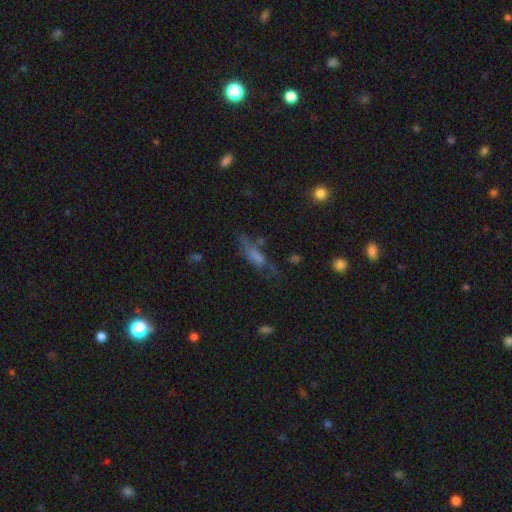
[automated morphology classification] Q: Smooth or featured?
A: smooth (48%); runner-up: featured or disk (32%)
Q: Merging?
A: none (55%); runner-up: minor disturbance (22%)